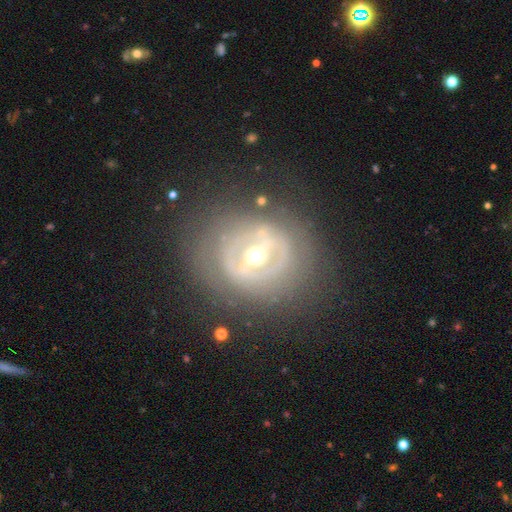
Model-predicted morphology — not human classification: type=featured or disk (79%); edge-on=no (94%); bar=strong (55%); spiral arms=no (57%); bulge=moderate (55%); merging=none (73%).